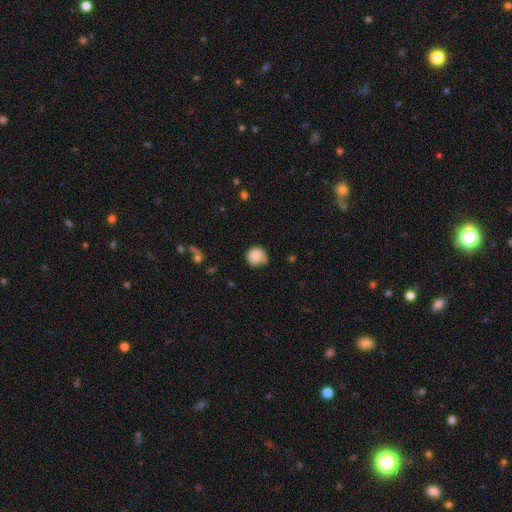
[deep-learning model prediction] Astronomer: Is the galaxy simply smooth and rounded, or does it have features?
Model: smooth — 82%.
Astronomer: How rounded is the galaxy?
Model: round — 88%.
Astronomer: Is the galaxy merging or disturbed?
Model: none — 60%.